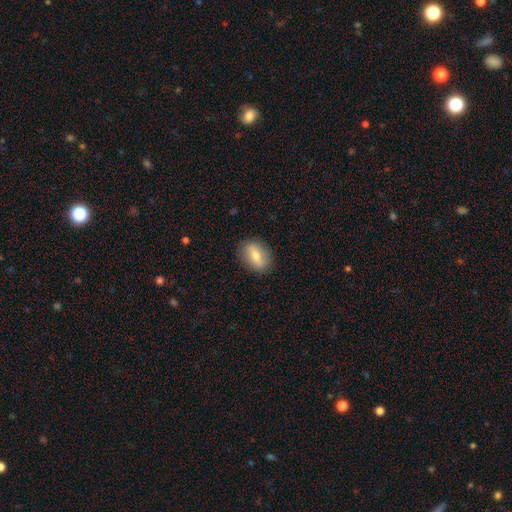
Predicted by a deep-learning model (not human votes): smooth_or_featured: smooth (p=0.62) [alt: featured or disk p=0.30]
how_rounded: in between (p=0.68) [alt: round p=0.29]
merging: none (p=0.86) [alt: minor disturbance p=0.11]